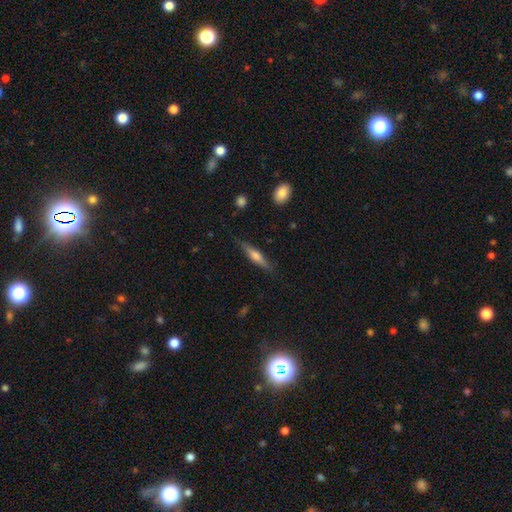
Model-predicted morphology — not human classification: Smooth or featured: smooth — 52% (featured or disk — 42%)
How rounded: cigar-shaped — 81% (in between — 17%)
Merging: none — 81% (minor disturbance — 14%)